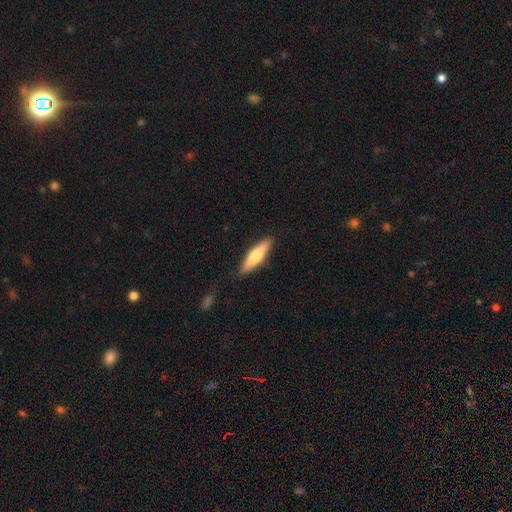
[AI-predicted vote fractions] A smooth galaxy with no disk features (61%) that is cigar-shaped (72%).

Vote fractions:
- Smooth or featured? smooth: 61% / featured or disk: 33% / star or artifact: 5%
- How rounded? cigar-shaped: 72% / in between: 26% / round: 2%
- Merging? none: 87% / minor disturbance: 10% / major disturbance: 2% / merger: 1%